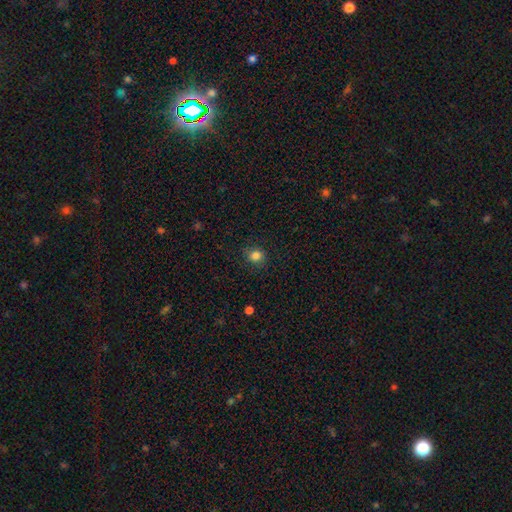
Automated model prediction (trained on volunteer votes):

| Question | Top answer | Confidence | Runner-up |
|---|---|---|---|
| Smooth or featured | smooth | 84% | star or artifact (12%) |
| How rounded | round | 84% | in between (15%) |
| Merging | none | 86% | minor disturbance (10%) |